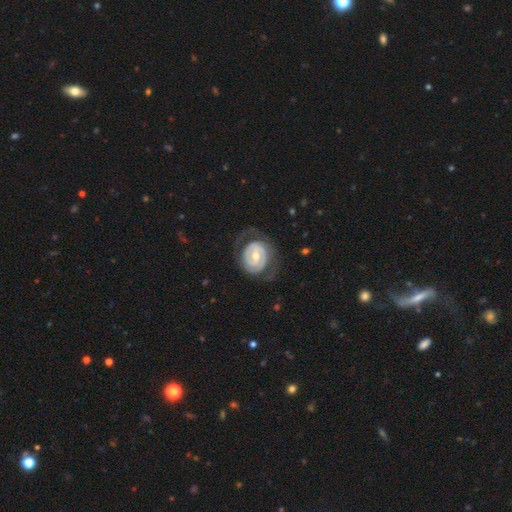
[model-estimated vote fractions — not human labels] The model was most divided on "bar": weak: 43%, no: 40%, strong: 17%. More confident: edge-on disk — no (97%); spiral arms — yes (82%); smooth or featured — featured or disk (81%); spiral arm count — 2 (67%); bulge size — moderate (65%); merging — none (61%); spiral winding — tight (57%).